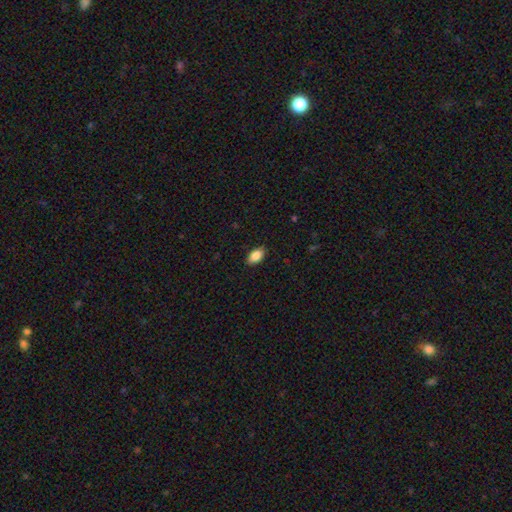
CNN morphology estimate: A smooth galaxy with no disk features (87%) that is in between round and cigar-shaped (92%). Merging: none (87%).